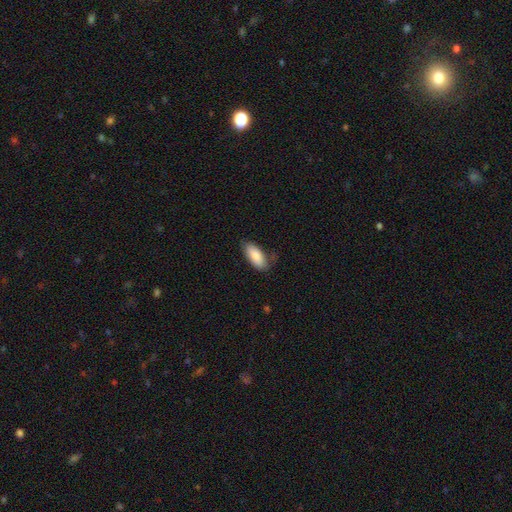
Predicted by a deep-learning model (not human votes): A smooth galaxy with no disk features (84%) that is in between round and cigar-shaped (87%).

Vote fractions:
- Smooth or featured? smooth: 84% / featured or disk: 10% / star or artifact: 6%
- How rounded? in between: 87% / cigar-shaped: 11% / round: 2%
- Merging? none: 63% / minor disturbance: 28% / major disturbance: 7% / merger: 2%